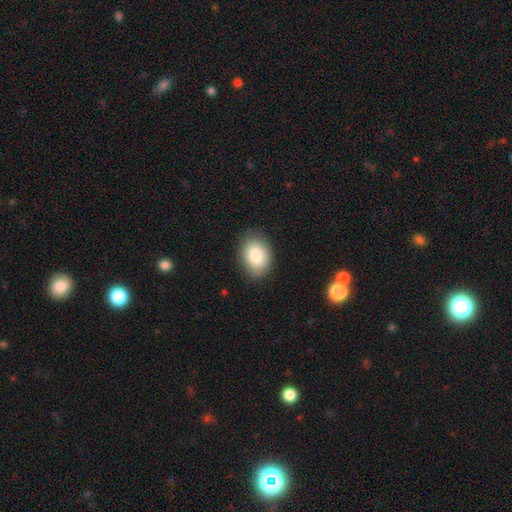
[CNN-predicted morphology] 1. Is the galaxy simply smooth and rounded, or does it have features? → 84% smooth, 8% featured or disk, 7% star or artifact.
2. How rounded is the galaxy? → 78% in between, 21% round, 1% cigar-shaped.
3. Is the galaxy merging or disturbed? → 84% none, 12% minor disturbance, 3% major disturbance, 1% merger.